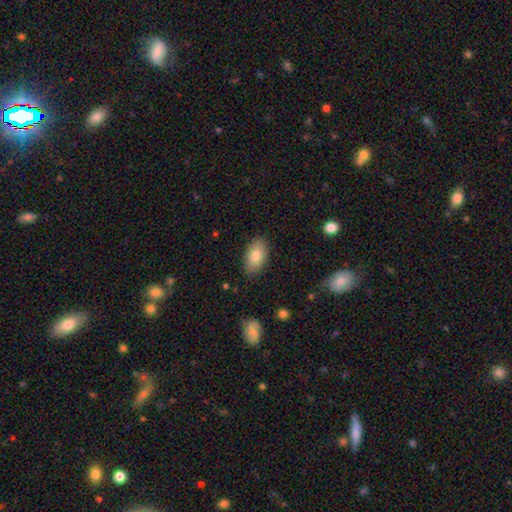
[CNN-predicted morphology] Q: Smooth or featured?
A: smooth (82%); runner-up: featured or disk (11%)
Q: How rounded?
A: in between (93%); runner-up: round (5%)
Q: Merging?
A: none (86%); runner-up: minor disturbance (11%)